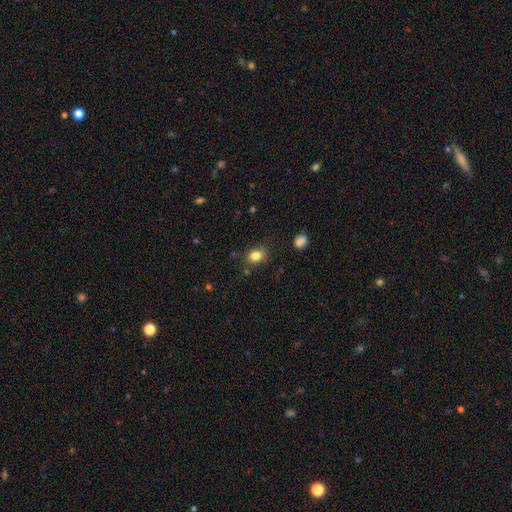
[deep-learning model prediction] smooth_or_featured: smooth (p=0.83) [alt: star or artifact p=0.11]
how_rounded: in between (p=0.54) [alt: round p=0.45]
merging: none (p=0.79) [alt: minor disturbance p=0.15]